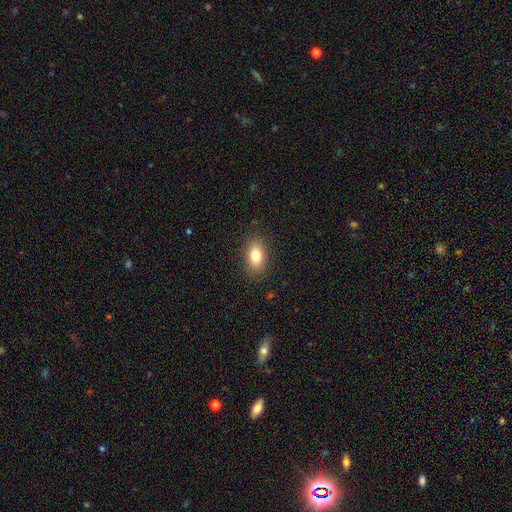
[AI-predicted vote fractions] Smooth or featured? Predicted: smooth (p=0.81). How rounded? Predicted: in between (p=0.87). Merging? Predicted: none (p=0.85).